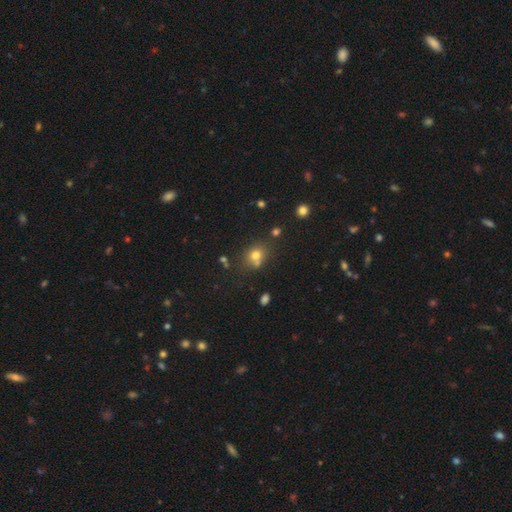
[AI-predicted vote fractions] Q: Smooth or featured?
A: smooth (72%); runner-up: star or artifact (17%)
Q: How rounded?
A: round (64%); runner-up: in between (35%)
Q: Merging?
A: none (60%); runner-up: merger (21%)